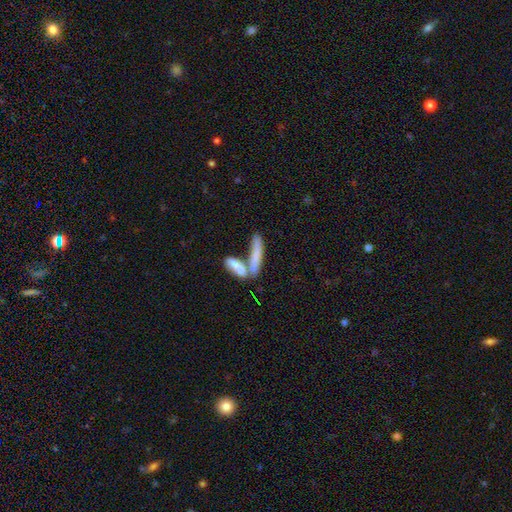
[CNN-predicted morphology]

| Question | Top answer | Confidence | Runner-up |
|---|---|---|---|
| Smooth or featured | smooth | 70% | featured or disk (22%) |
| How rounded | cigar-shaped | 80% | in between (17%) |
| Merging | merger | 52% | none (32%) |